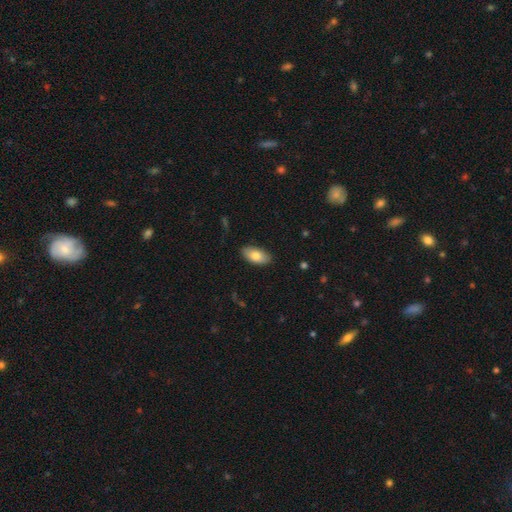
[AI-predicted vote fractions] Smooth or featured?
  - smooth: 79% *
  - featured or disk: 14%
  - star or artifact: 6%
How rounded?
  - in between: 93% *
  - cigar-shaped: 4%
  - round: 3%
Merging?
  - none: 87% *
  - minor disturbance: 10%
  - major disturbance: 2%
  - merger: 1%